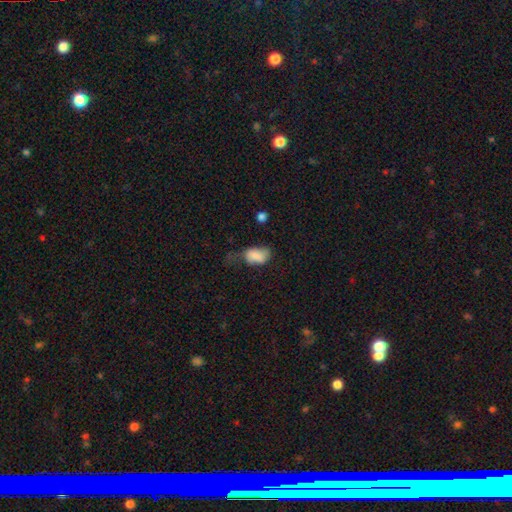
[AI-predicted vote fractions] Smooth or featured?
  - smooth: 79% *
  - featured or disk: 13%
  - star or artifact: 9%
How rounded?
  - in between: 86% *
  - round: 12%
  - cigar-shaped: 2%
Merging?
  - minor disturbance: 33% * (tied)
  - major disturbance: 33% * (tied)
  - none: 29%
  - merger: 5%